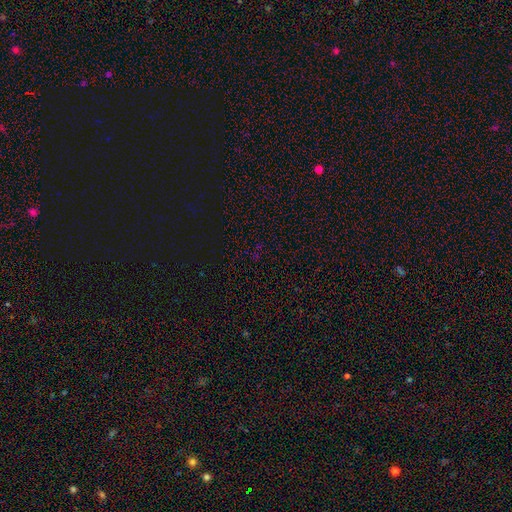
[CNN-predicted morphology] Smooth or featured? star or artifact (70%)